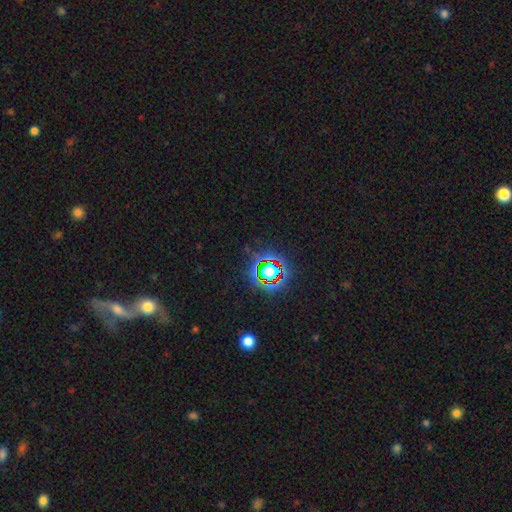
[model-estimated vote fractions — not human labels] Morphology: type=star or artifact (68%).